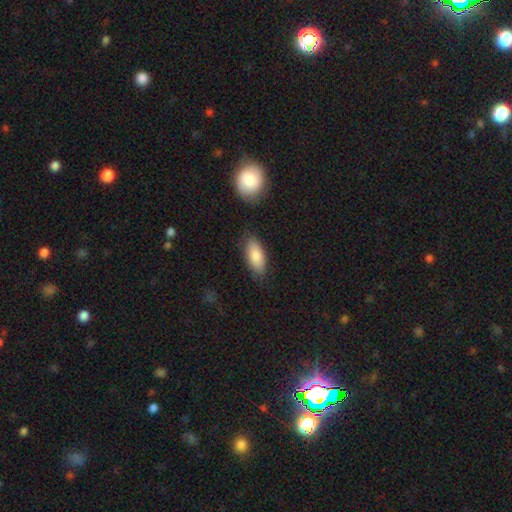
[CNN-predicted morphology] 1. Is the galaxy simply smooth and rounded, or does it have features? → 83% smooth, 11% featured or disk, 7% star or artifact.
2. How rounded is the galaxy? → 84% in between, 13% cigar-shaped, 3% round.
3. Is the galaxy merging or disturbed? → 81% none, 14% minor disturbance, 3% major disturbance, 3% merger.